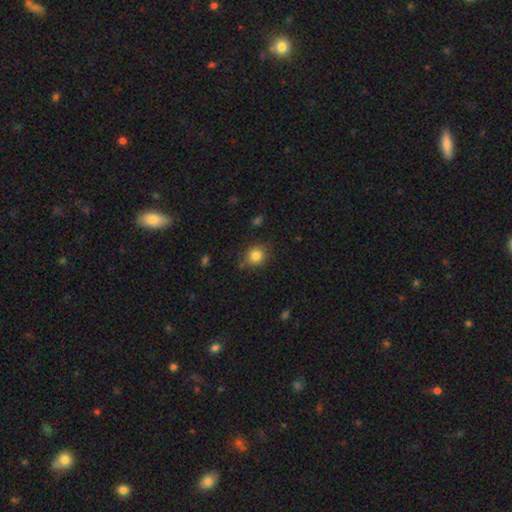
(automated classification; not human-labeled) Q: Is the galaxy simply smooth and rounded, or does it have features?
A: smooth — 84%.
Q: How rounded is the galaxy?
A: round — 81%.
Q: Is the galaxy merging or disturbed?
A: none — 76%.